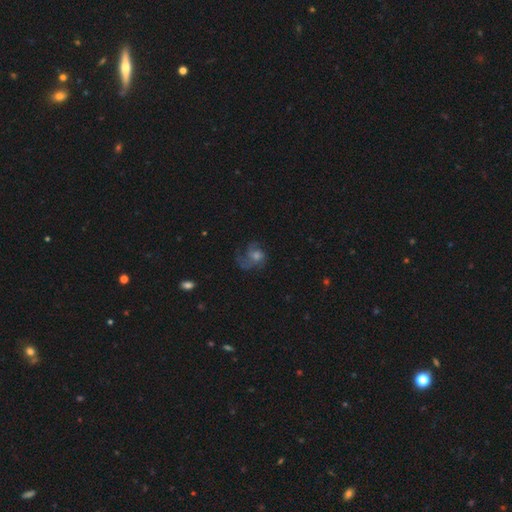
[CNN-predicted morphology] A featured or disk galaxy (59%) with no bar (78%), spiral arms (84%) and a moderate central bulge (49%).

Vote fractions:
- Smooth or featured? featured or disk: 59% / smooth: 25% / star or artifact: 16%
- Edge-on disk? no: 97% / yes: 3%
- Bar? no: 78% / weak: 20% / strong: 3%
- Spiral arms? yes: 84% / no: 16%
- Bulge size? moderate: 49% / small: 27% / large: 14% / none: 7% / dominant: 2%
- Merging? none: 49% / major disturbance: 30% / minor disturbance: 18% / merger: 2%